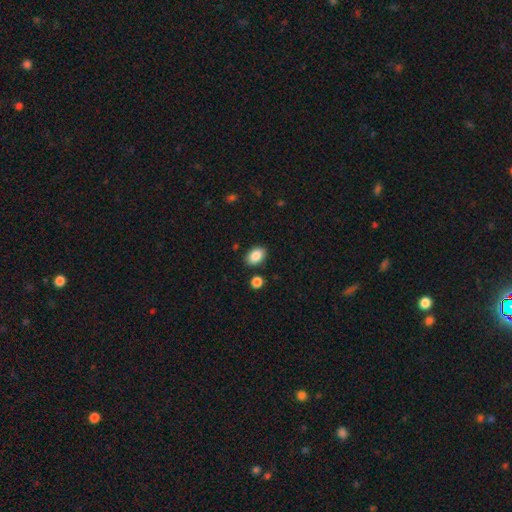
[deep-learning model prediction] Overall: smooth (87%). How rounded: in between (85%). Merging: none (85%).